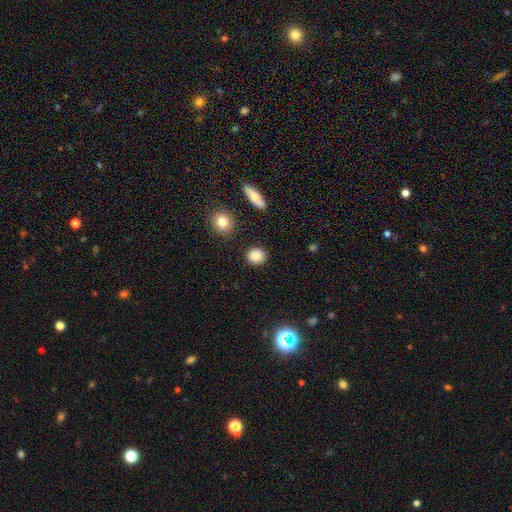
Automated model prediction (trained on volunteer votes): smooth_or_featured: smooth (p=0.86) [alt: star or artifact p=0.09]
how_rounded: round (p=0.83) [alt: in between p=0.15]
merging: none (p=0.90) [alt: minor disturbance p=0.06]